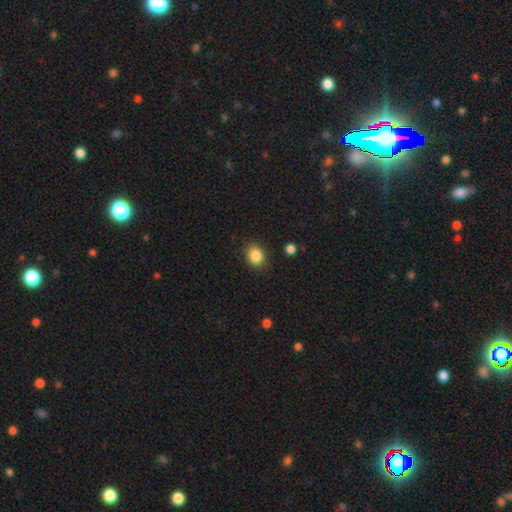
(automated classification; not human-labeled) smooth-or-featured: smooth: 86% | star or artifact: 10% | featured or disk: 4%
  how-rounded: round: 53% | in between: 46% | cigar-shaped: 1%
  merging: none: 85% | minor disturbance: 10% | major disturbance: 3% | merger: 2%